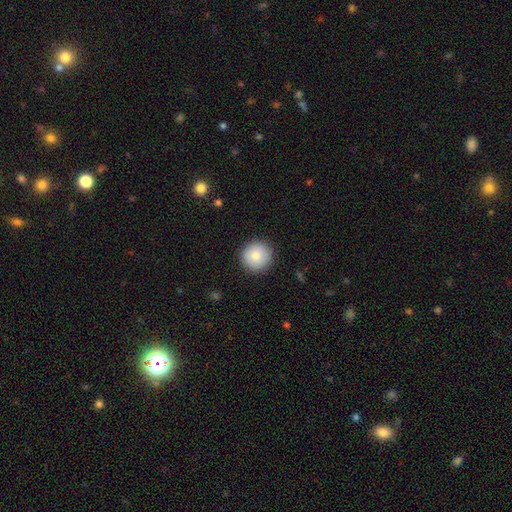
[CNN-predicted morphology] Smooth or featured: smooth — 83% (featured or disk — 10%)
How rounded: round — 95% (in between — 4%)
Merging: none — 91% (minor disturbance — 7%)